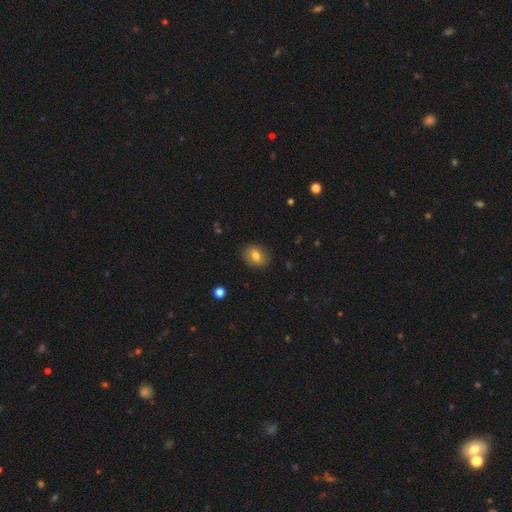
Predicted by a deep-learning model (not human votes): A smooth galaxy with no disk features (77%) that is in between round and cigar-shaped (56%). Merging: none (86%).